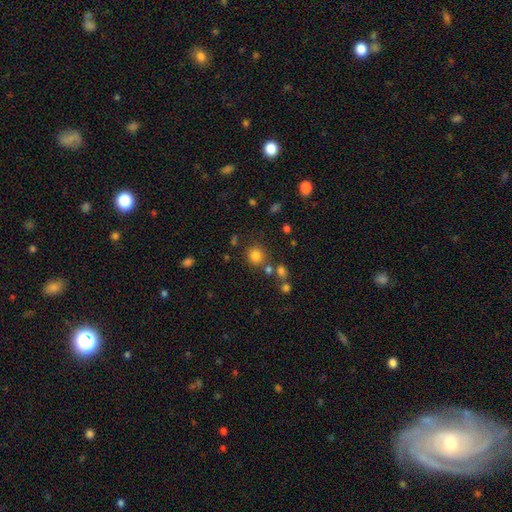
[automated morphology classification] A smooth galaxy with no disk features (80%) that is round (89%). Merging: none (78%).